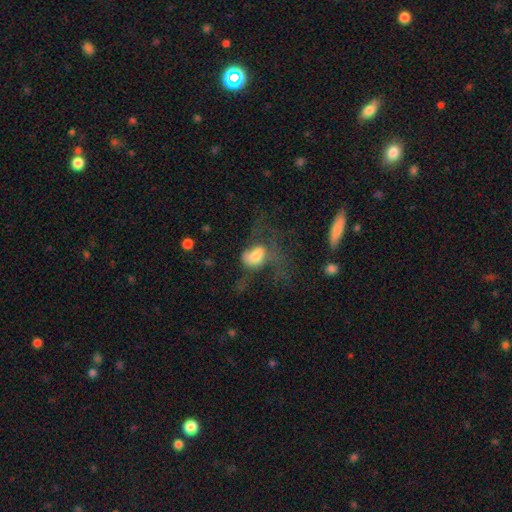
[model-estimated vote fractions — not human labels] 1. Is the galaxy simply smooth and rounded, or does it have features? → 56% smooth, 33% featured or disk, 11% star or artifact.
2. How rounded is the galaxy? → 73% in between, 25% round, 2% cigar-shaped.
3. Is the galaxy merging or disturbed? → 59% major disturbance, 20% none, 14% minor disturbance, 6% merger.